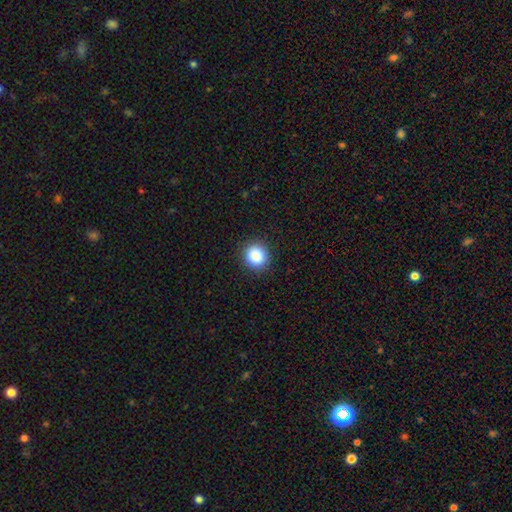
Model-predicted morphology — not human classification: Smooth or featured: smooth — 87% (star or artifact — 9%)
How rounded: round — 90% (in between — 9%)
Merging: none — 91% (minor disturbance — 6%)